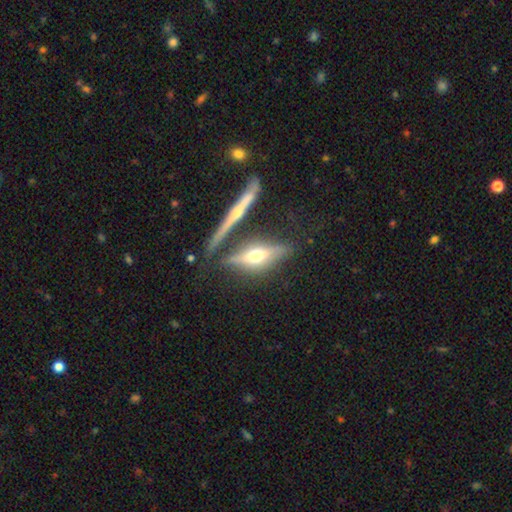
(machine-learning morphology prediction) Smooth or featured?
  - featured or disk: 64% *
  - smooth: 27%
  - star or artifact: 9%
Edge-on disk?
  - yes: 89% *
  - no: 11%
Edge-on bulge?
  - rounded: 92% *
  - none: 4%
  - boxy: 4%
Merging?
  - none: 63% *
  - minor disturbance: 16%
  - merger: 14%
  - major disturbance: 7%